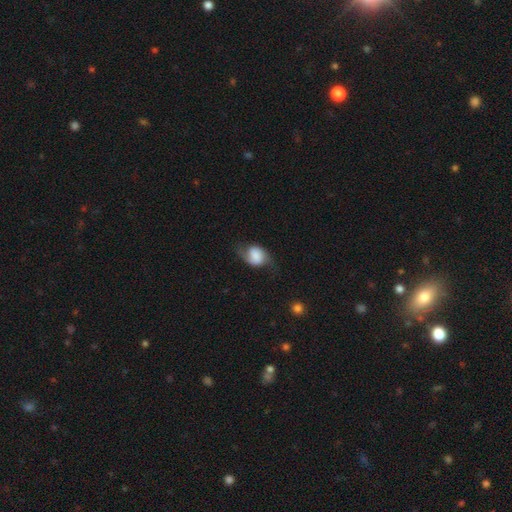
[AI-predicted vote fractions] Q: Smooth or featured?
A: featured or disk (48%); runner-up: smooth (43%)
Q: Merging?
A: none (58%); runner-up: minor disturbance (26%)